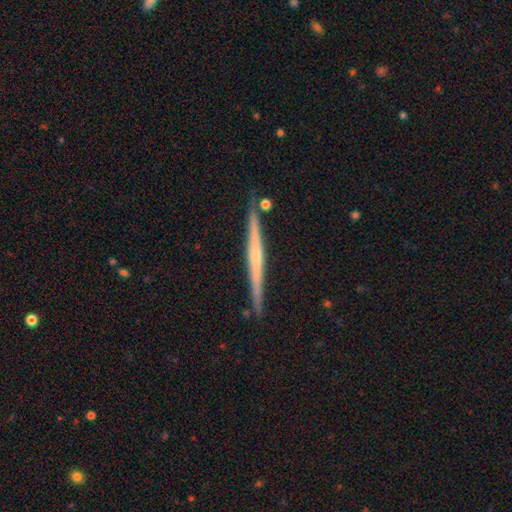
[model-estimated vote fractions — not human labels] This is likely a featured or disk galaxy (71%). It is clearly viewed edge-on (98%). Edge-on bulge: possibly none (53%). Merging: clearly none (88%).